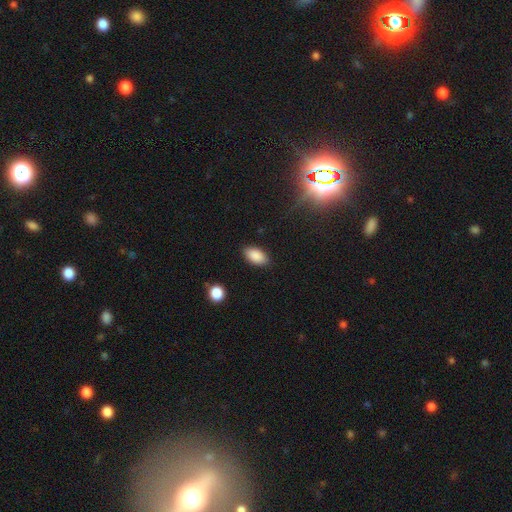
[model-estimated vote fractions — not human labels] smooth 88%, star or artifact 8%, featured or disk 4%. Down the decision tree: how rounded — in between (94%); merging — none (87%).